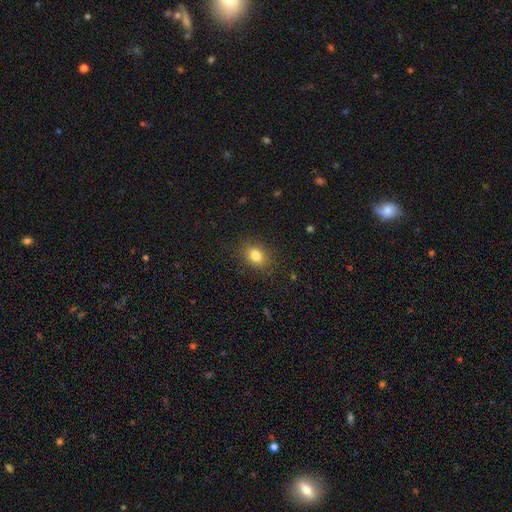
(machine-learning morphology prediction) smooth_or_featured: smooth (p=0.82) [alt: star or artifact p=0.11]
how_rounded: in between (p=0.58) [alt: round p=0.41]
merging: none (p=0.86) [alt: minor disturbance p=0.10]